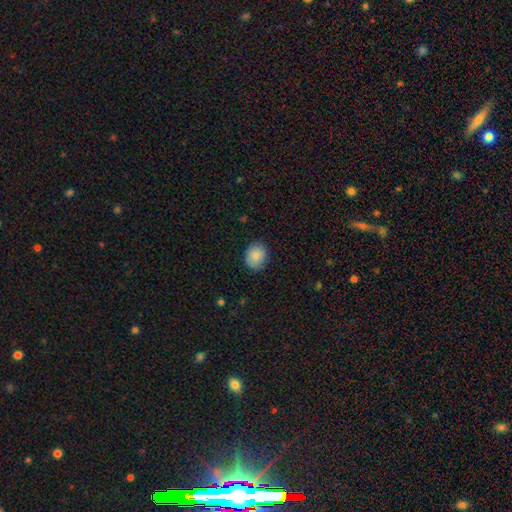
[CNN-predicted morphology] Smooth or featured?
  - smooth: 85% *
  - star or artifact: 7%
  - featured or disk: 7%
How rounded?
  - round: 60% *
  - in between: 39%
  - cigar-shaped: 1%
Merging?
  - none: 84% *
  - minor disturbance: 13%
  - major disturbance: 3%
  - merger: 1%